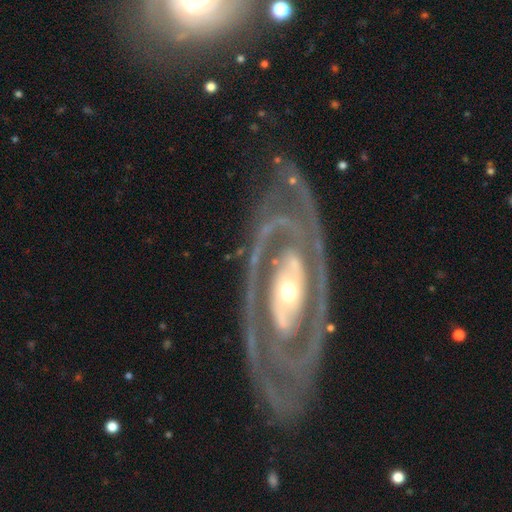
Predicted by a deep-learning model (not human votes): This is clearly a featured or disk galaxy (90%). It is clearly not viewed edge-on (94%). Bar: possibly no (59%). Spiral arm pattern: clearly yes (86%). Spiral arm count: likely 2 (69%). Spiral winding: likely tight (60%). Central bulge: possibly moderate (56%). Merging: likely none (76%).